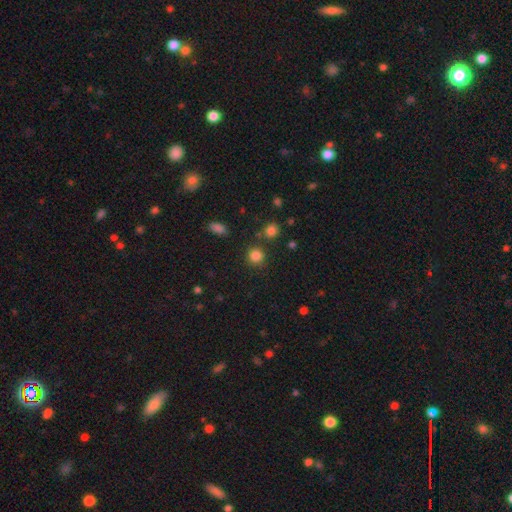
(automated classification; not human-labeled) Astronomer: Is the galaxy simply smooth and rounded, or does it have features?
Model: smooth — 83%.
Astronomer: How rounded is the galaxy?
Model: round — 90%.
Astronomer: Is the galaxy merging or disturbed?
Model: none — 83%.